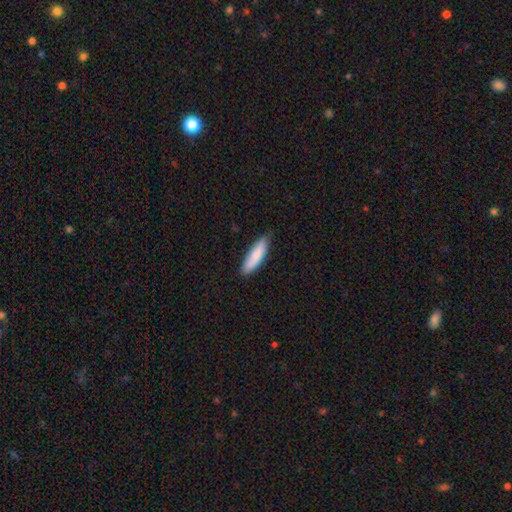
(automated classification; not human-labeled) This appears to be a smooth galaxy with no disk features (82%) that is cigar-shaped (60%). Merging: none (78%).